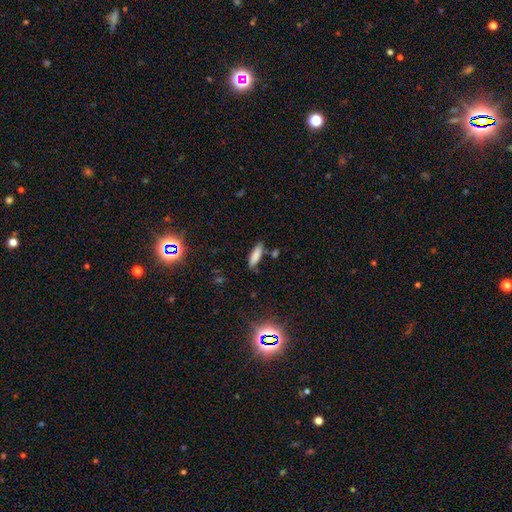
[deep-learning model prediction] smooth-or-featured: smooth: 83% | star or artifact: 9% | featured or disk: 8%
  how-rounded: cigar-shaped: 50% | in between: 48% | round: 2%
  merging: none: 76% | minor disturbance: 15% | merger: 5% | major disturbance: 3%